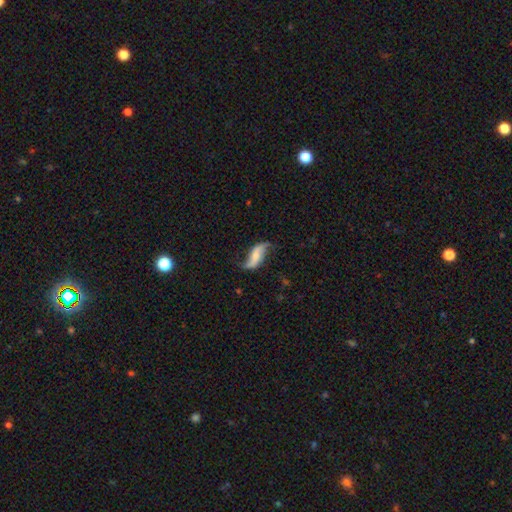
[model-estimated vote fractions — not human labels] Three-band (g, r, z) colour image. It shows a featured or disk galaxy (77%) with no bar (38%), 2 (92%) loose (88%) spiral arms (93%) and a small central bulge (44%). Merging: none (68%).